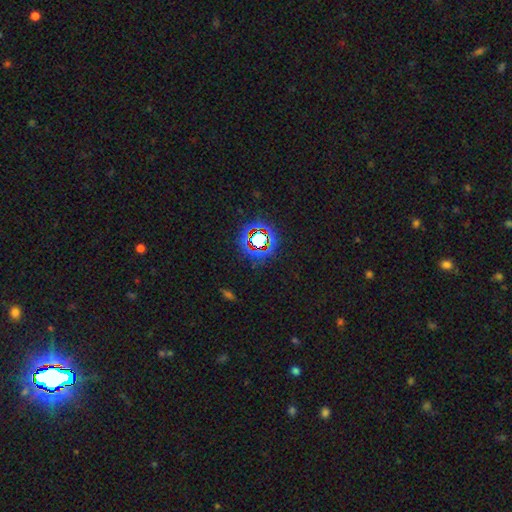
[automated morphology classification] type=star or artifact (70%).